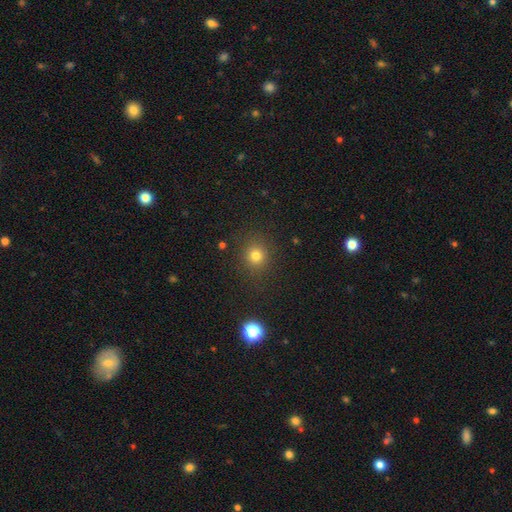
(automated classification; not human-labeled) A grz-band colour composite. It shows a smooth galaxy with no disk features (78%) that is round (86%). Merging: none (87%).